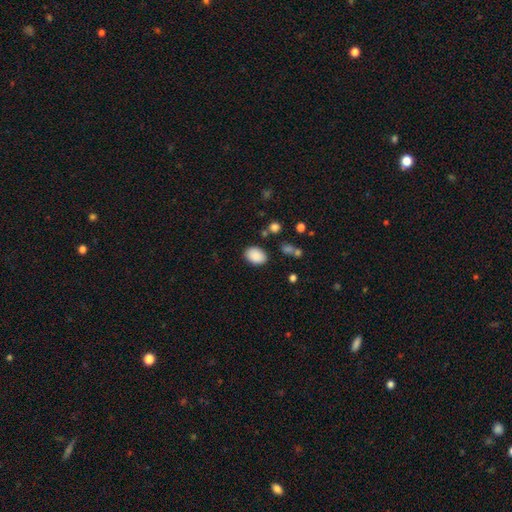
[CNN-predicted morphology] Smooth or featured?
  - smooth: 89% *
  - star or artifact: 7%
  - featured or disk: 4%
How rounded?
  - in between: 80% *
  - round: 19%
  - cigar-shaped: 1%
Merging?
  - none: 84% *
  - minor disturbance: 10%
  - major disturbance: 3%
  - merger: 2%